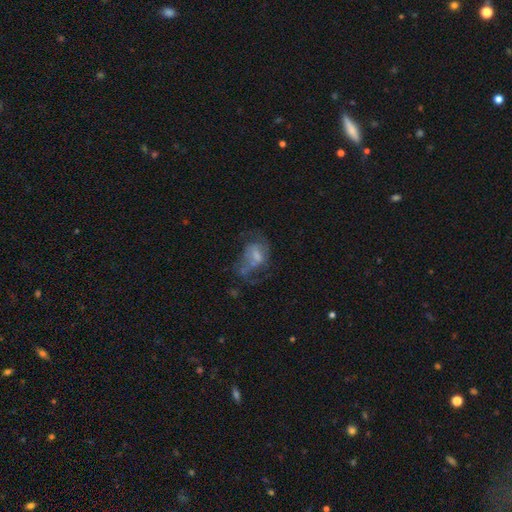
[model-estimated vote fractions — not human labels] smooth_or_featured: featured or disk (p=0.57) [alt: smooth p=0.31]
disk_edge_on: no (p=0.97) [alt: yes p=0.03]
bar: no (p=0.52) [alt: weak p=0.39]
has_spiral_arms: yes (p=0.53) [alt: no p=0.47]
bulge_size: moderate (p=0.33) [alt: small p=0.31]
merging: major disturbance (p=0.41) [alt: none p=0.32]